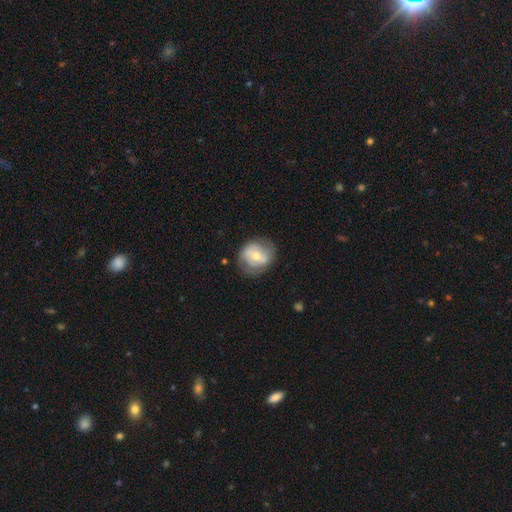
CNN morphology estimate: smooth-or-featured: featured or disk: 49% | smooth: 44% | star or artifact: 7%
  merging: none: 67% | minor disturbance: 22% | major disturbance: 10% | merger: 2%